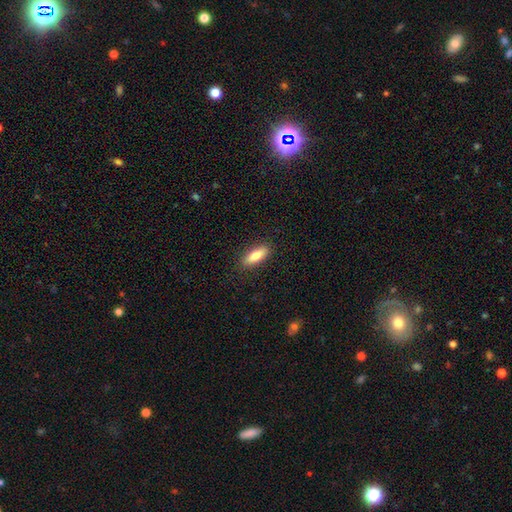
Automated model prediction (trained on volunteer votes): A smooth galaxy with no disk features (76%) that is in between round and cigar-shaped (66%). Merging: none (88%).